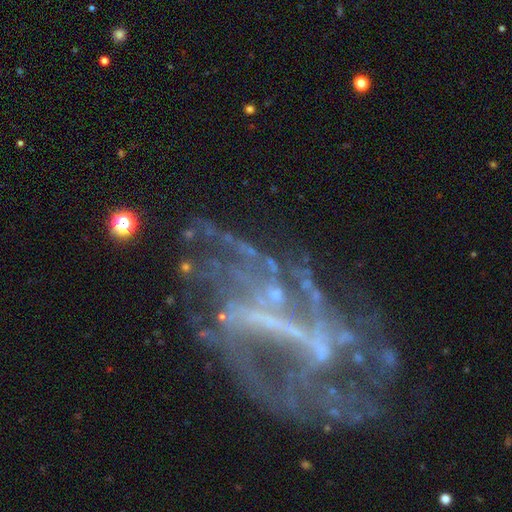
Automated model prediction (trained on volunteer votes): Overall: featured or disk (82%). Edge-on disk: no (95%). Bar: strong (47%; weak 31%). Spiral arms: yes (67%; no 33%). Spiral arm count: can't tell (43%; 2 24%). Spiral winding: loose (42%; medium 35%). Bulge size: none (53%; small 35%). Merging: none (45%; major disturbance 33%).